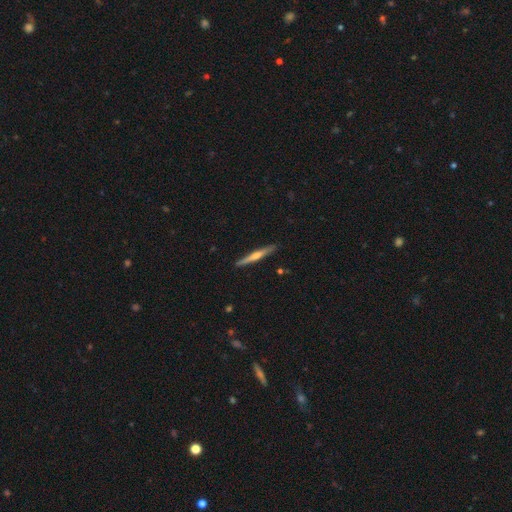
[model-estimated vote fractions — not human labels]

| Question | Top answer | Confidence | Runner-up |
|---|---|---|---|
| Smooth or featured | featured or disk | 64% | smooth (30%) |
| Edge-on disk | yes | 98% | no (2%) |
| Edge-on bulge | rounded | 79% | none (15%) |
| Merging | none | 91% | minor disturbance (7%) |